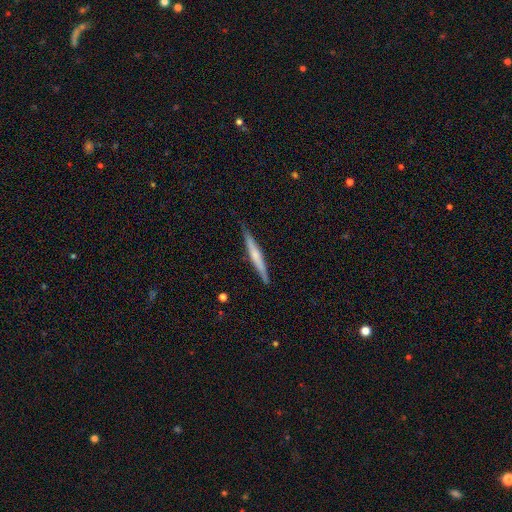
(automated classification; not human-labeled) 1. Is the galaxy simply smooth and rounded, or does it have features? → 52% featured or disk, 42% smooth, 6% star or artifact.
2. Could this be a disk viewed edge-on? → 97% yes, 3% no.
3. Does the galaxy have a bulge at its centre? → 45% rounded, 43% none, 12% boxy.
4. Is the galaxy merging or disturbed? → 89% none, 9% minor disturbance, 1% major disturbance, 1% merger.